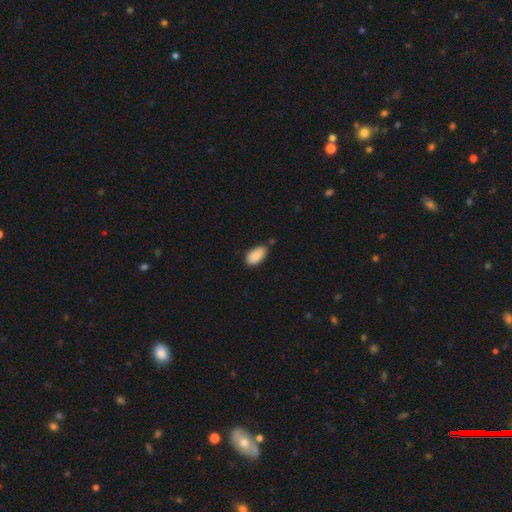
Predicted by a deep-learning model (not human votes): Smooth or featured? smooth (88%)
How rounded? in between (94%)
Merging? none (60%)